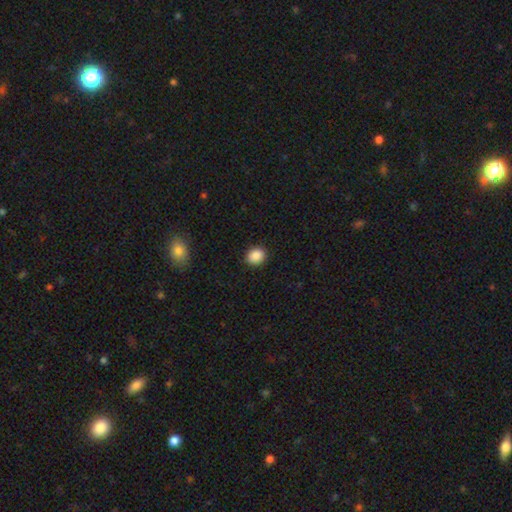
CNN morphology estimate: smooth-or-featured: smooth: 88% | star or artifact: 9% | featured or disk: 3%
  how-rounded: round: 65% | in between: 34% | cigar-shaped: 1%
  merging: none: 90% | minor disturbance: 7% | major disturbance: 2% | merger: 1%